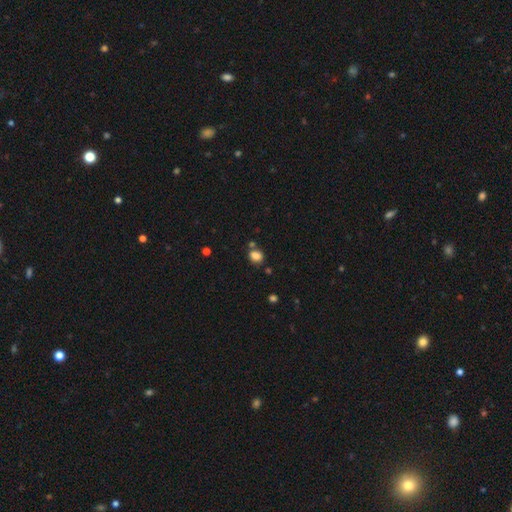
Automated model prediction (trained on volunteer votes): A smooth galaxy with no disk features (83%) that is round (58%). Merging: none (67%).